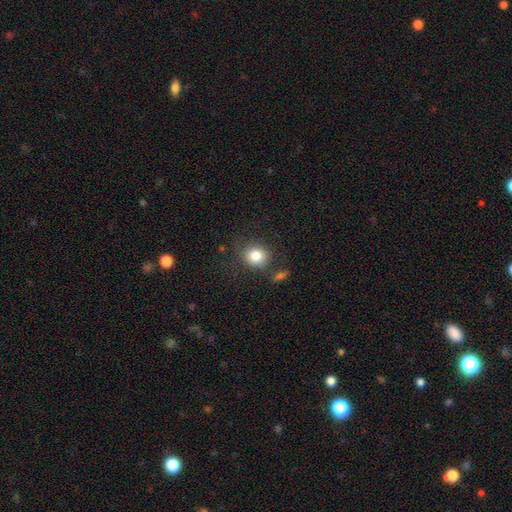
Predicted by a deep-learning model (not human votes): Smooth or featured? smooth (83%)
How rounded? round (80%)
Merging? none (76%)